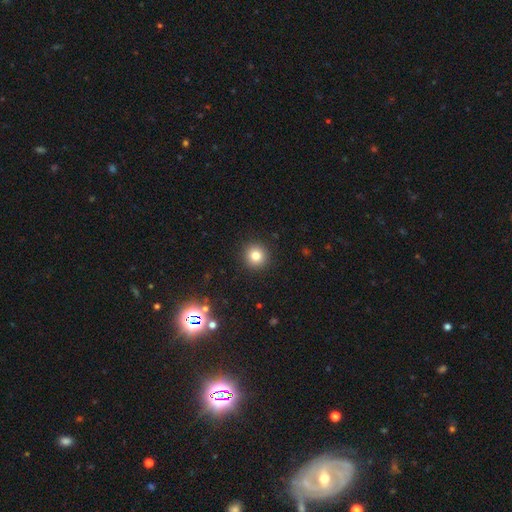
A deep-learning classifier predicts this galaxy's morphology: smooth-or-featured: smooth: 81% | star or artifact: 12% | featured or disk: 7%
  how-rounded: round: 94% | in between: 5% | cigar-shaped: 1%
  merging: none: 92% | minor disturbance: 5% | major disturbance: 2% | merger: 1%